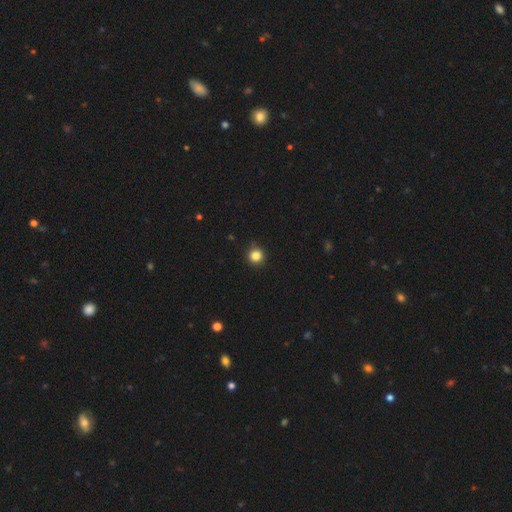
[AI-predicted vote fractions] Smooth or featured: smooth — 84% (star or artifact — 12%)
How rounded: round — 94% (in between — 5%)
Merging: none — 88% (minor disturbance — 9%)